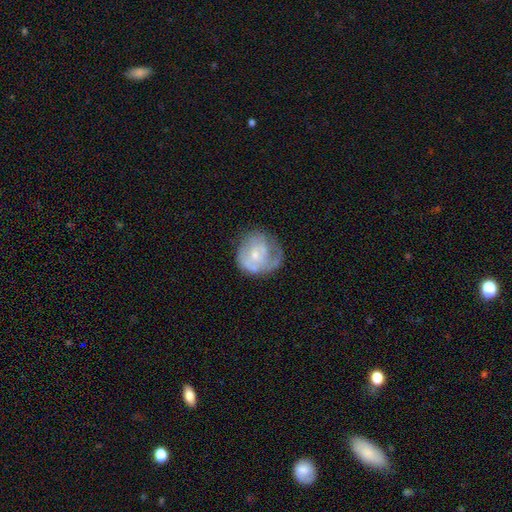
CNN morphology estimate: A featured or disk galaxy (55%) with no bar (73%), spiral arms (57%) and a small central bulge (59%). Merging: none (46%).